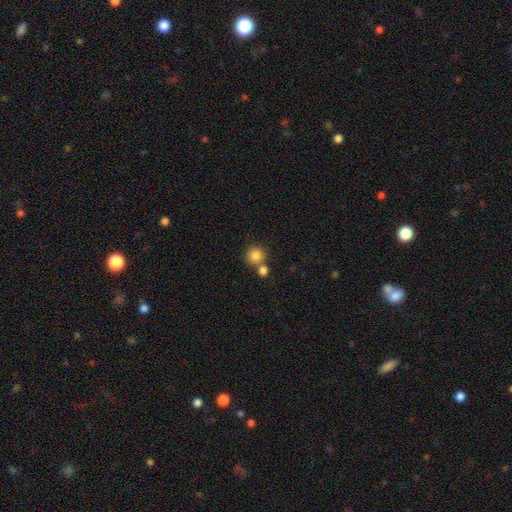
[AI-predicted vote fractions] Smooth or featured?
  - smooth: 83% *
  - star or artifact: 10%
  - featured or disk: 6%
How rounded?
  - round: 89% *
  - in between: 10%
  - cigar-shaped: 1%
Merging?
  - none: 59% *
  - merger: 29%
  - minor disturbance: 8%
  - major disturbance: 3%